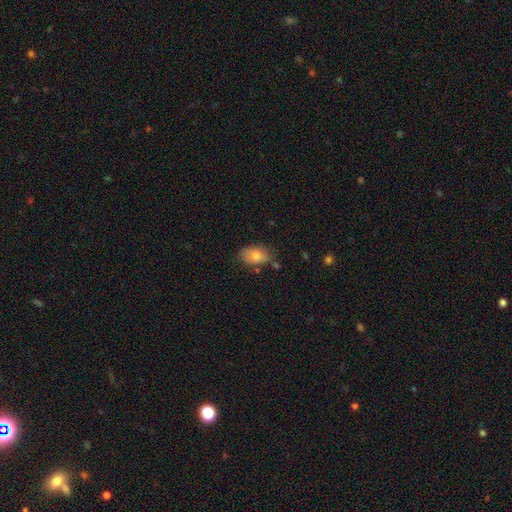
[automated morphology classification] smooth-or-featured: smooth: 79% | featured or disk: 13% | star or artifact: 8%
  how-rounded: in between: 89% | round: 9% | cigar-shaped: 2%
  merging: none: 69% | minor disturbance: 21% | merger: 5% | major disturbance: 4%